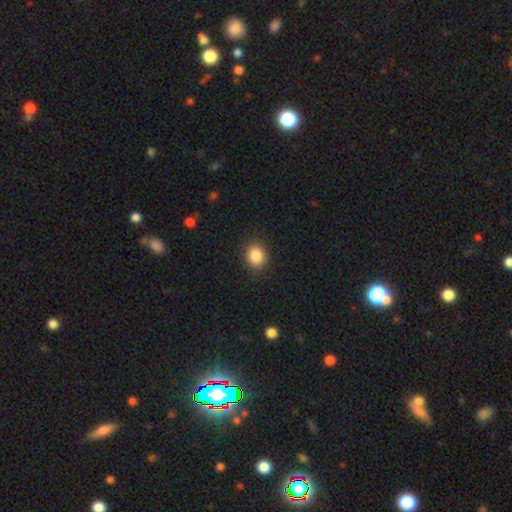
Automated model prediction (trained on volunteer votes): Smooth or featured? smooth (86%)
How rounded? round (74%)
Merging? none (89%)